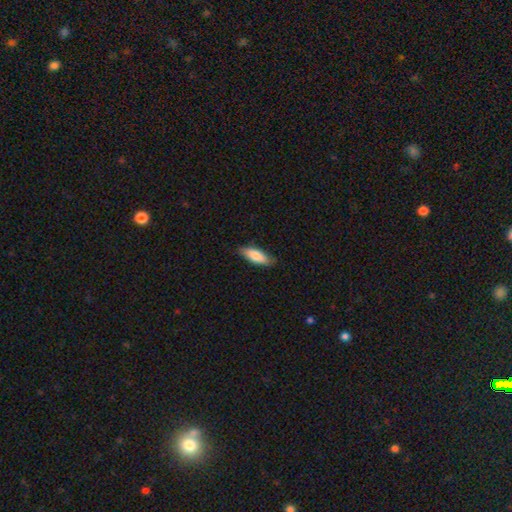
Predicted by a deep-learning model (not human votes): Smooth or featured? smooth (81%)
How rounded? in between (70%)
Merging? none (82%)